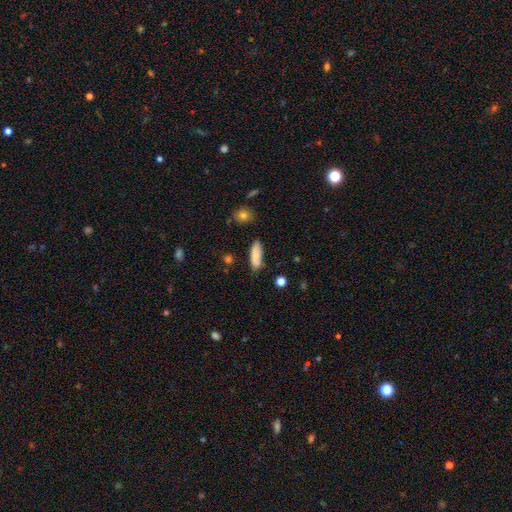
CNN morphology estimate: type=smooth (83%); roundness=in between (52%); merging=none (74%).